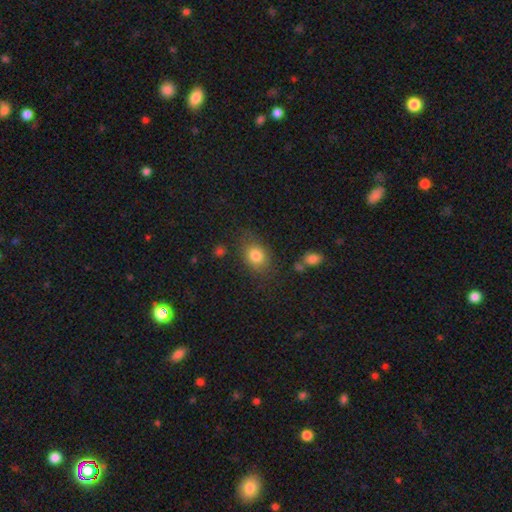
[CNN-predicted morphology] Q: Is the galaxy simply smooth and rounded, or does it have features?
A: smooth — 80%.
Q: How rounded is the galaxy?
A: in between — 60%.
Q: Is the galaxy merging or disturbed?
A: none — 71%.